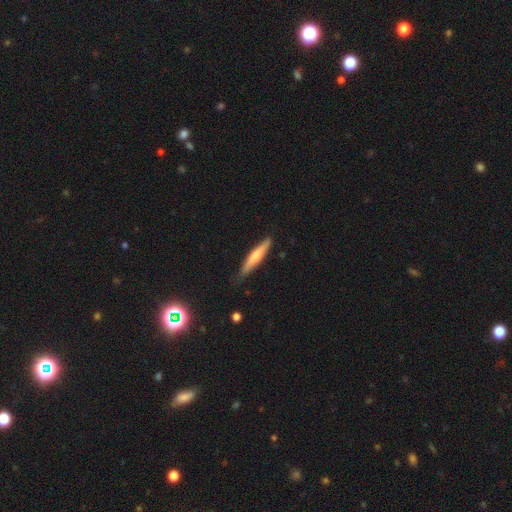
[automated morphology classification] Smooth or featured? Predicted: smooth (p=0.61). How rounded? Predicted: cigar-shaped (p=0.90). Merging? Predicted: none (p=0.78).